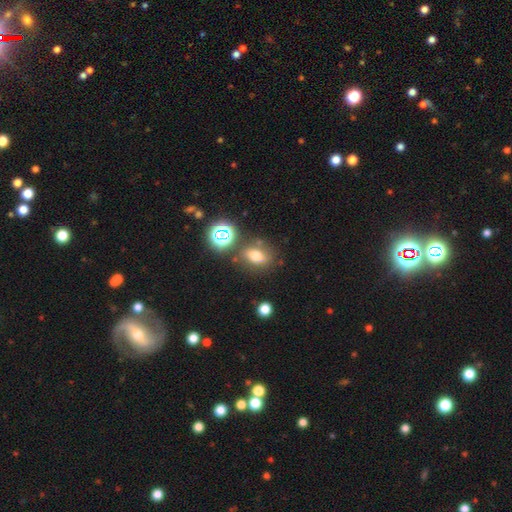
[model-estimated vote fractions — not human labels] Q: Smooth or featured?
A: smooth (66%); runner-up: star or artifact (19%)
Q: How rounded?
A: in between (65%); runner-up: round (32%)
Q: Merging?
A: none (71%); runner-up: minor disturbance (14%)